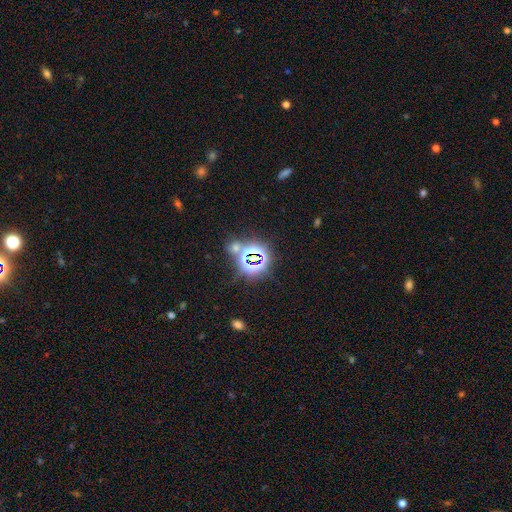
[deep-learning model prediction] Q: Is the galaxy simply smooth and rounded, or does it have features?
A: star or artifact — 76%.